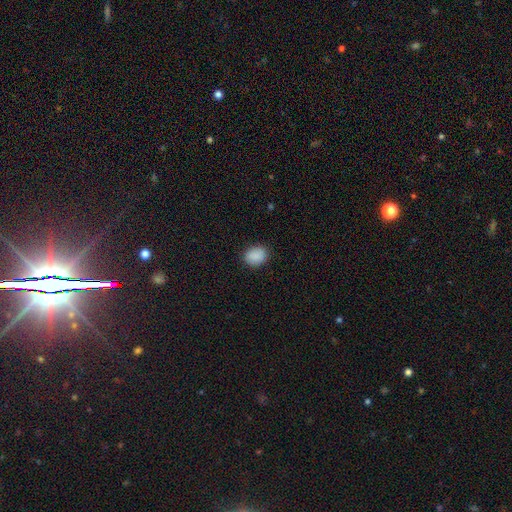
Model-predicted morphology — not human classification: A smooth galaxy with no disk features (89%) that is in between round and cigar-shaped (58%). Merging: none (87%).